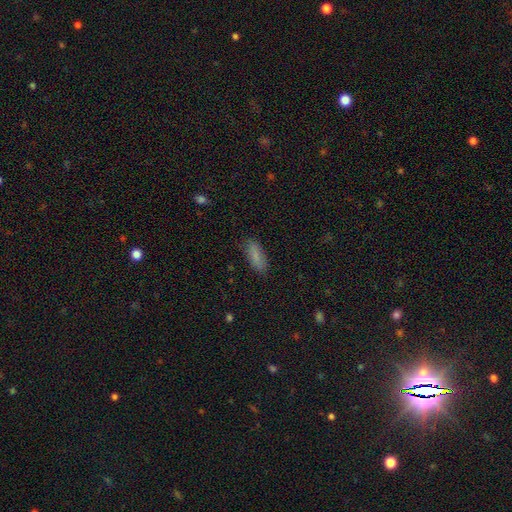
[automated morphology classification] The model was most divided on "how rounded": in between: 65%, cigar-shaped: 33%, round: 2%. More confident: smooth or featured — smooth (84%); merging — none (83%).